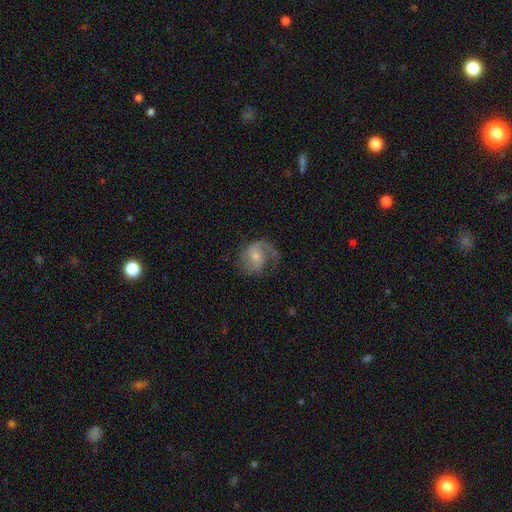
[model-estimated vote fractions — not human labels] smooth-or-featured: featured or disk: 78% | smooth: 15% | star or artifact: 7%
  disk-edge-on: no: 98% | yes: 2%
    bar: no: 58% | weak: 34% | strong: 8%
    has-spiral-arms: yes: 94% | no: 6%
      spiral-winding: medium: 45% | loose: 27% | tight: 27%
      spiral-arm-count: 2: 44% | 1: 43% | can't tell: 7% | 3: 3% | 4: 1% | more than 4: 1%
    bulge-size: small: 58% | moderate: 36% | none: 3% | large: 2% | dominant: 1%
  merging: none: 60% | major disturbance: 19% | minor disturbance: 19% | merger: 2%